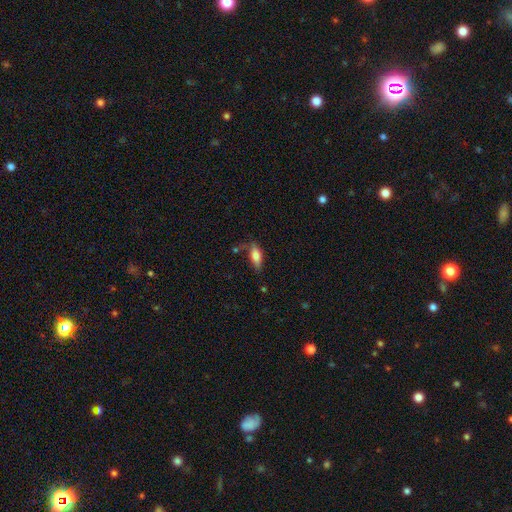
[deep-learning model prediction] smooth 71%, featured or disk 21%, star or artifact 7%. Down the decision tree: how rounded — in between (71%); merging — none (61%).